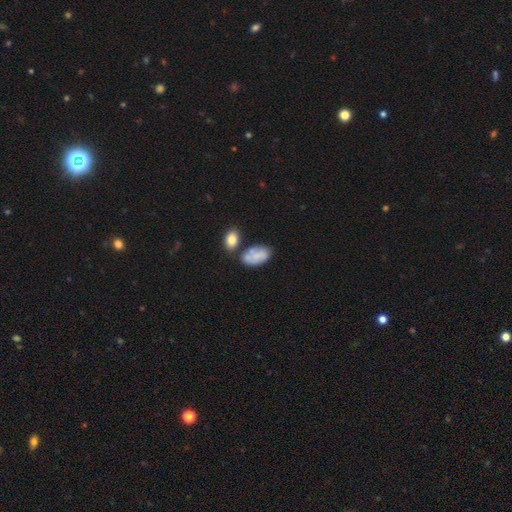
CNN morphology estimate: smooth_or_featured: smooth (p=0.70) [alt: featured or disk p=0.22]
how_rounded: in between (p=0.93) [alt: round p=0.05]
merging: none (p=0.45) [alt: merger p=0.25]